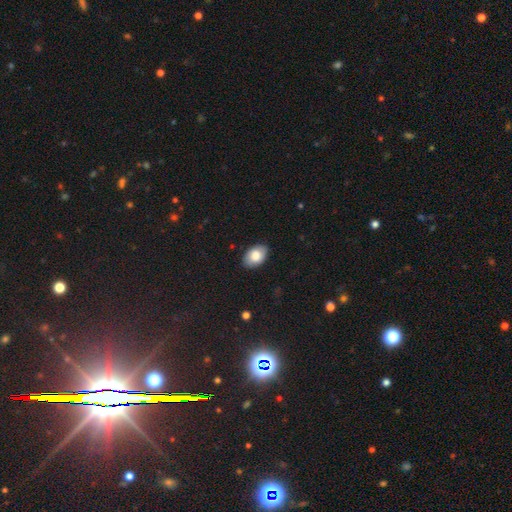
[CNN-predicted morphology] This is clearly a smooth galaxy (80%). How rounded: clearly in between (90%). Merging: clearly none (85%).